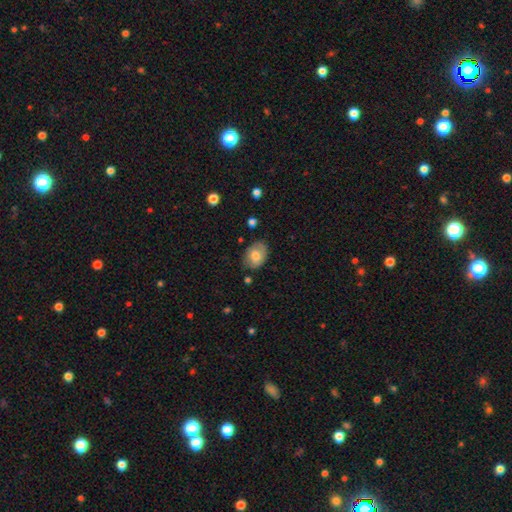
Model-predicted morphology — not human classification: Smooth or featured: smooth — 69% (featured or disk — 24%)
How rounded: in between — 77% (round — 22%)
Merging: none — 72% (minor disturbance — 21%)